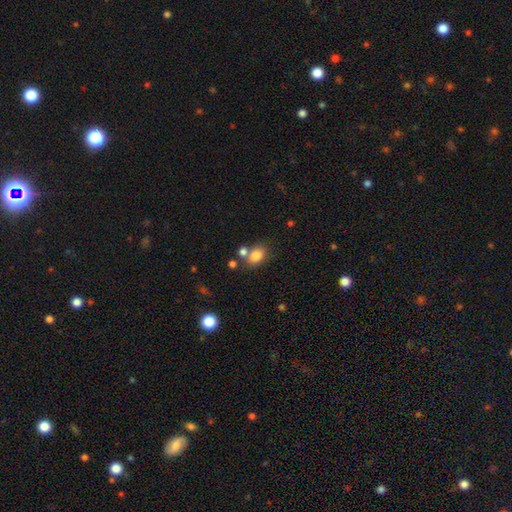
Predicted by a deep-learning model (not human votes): Smooth or featured: smooth — 80% (star or artifact — 11%)
How rounded: in between — 75% (round — 23%)
Merging: none — 59% (merger — 24%)